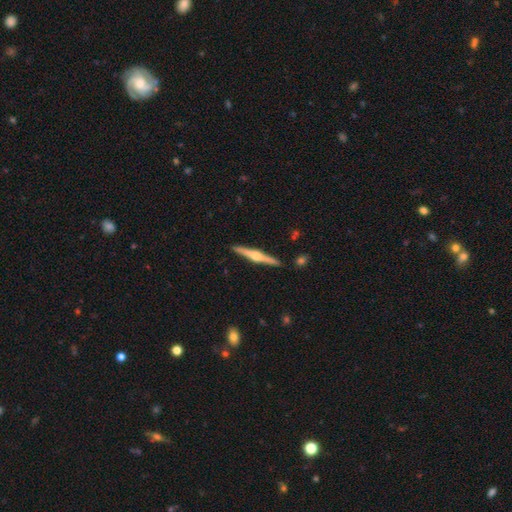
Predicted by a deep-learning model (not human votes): Overall: featured or disk (77%). Edge-on disk: yes (99%). Edge-on bulge: rounded (91%). Merging: none (92%).